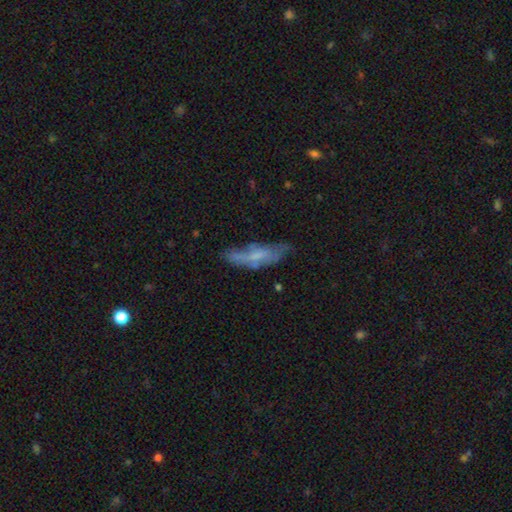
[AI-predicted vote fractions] The model was most divided on "smooth or featured": featured or disk: 47%, smooth: 45%, star or artifact: 8%. More confident: merging — none (54%).